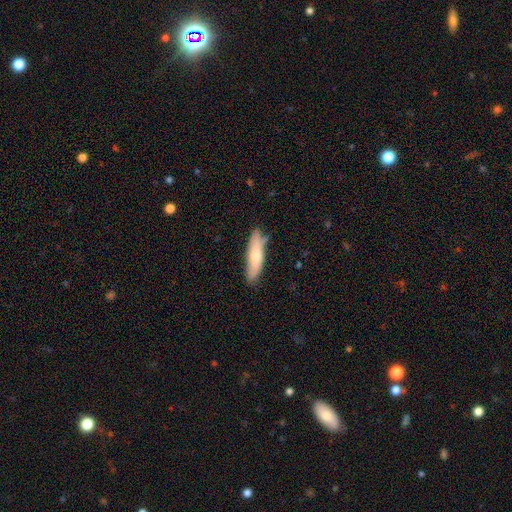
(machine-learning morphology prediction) This appears to be a smooth galaxy with no disk features (70%) that is cigar-shaped (71%). Merging: none (73%).